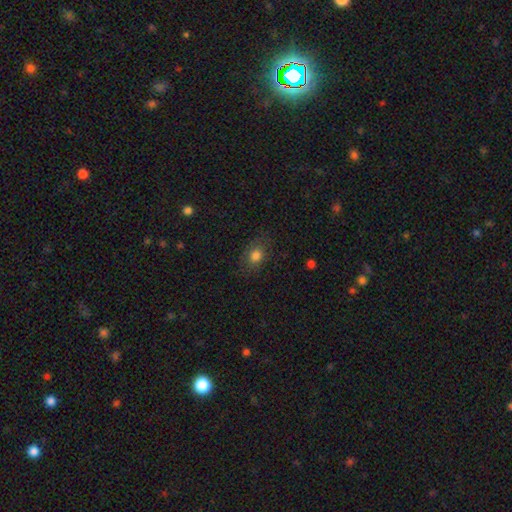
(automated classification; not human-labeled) This is likely a smooth galaxy (78%). How rounded: possibly in between (51%). Merging: likely none (78%).